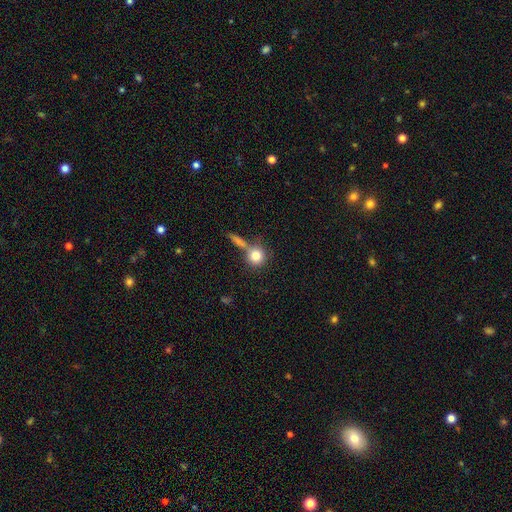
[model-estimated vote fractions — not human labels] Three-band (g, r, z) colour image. It shows a smooth galaxy with no disk features (79%) that is round (88%). Merging: none (54%).